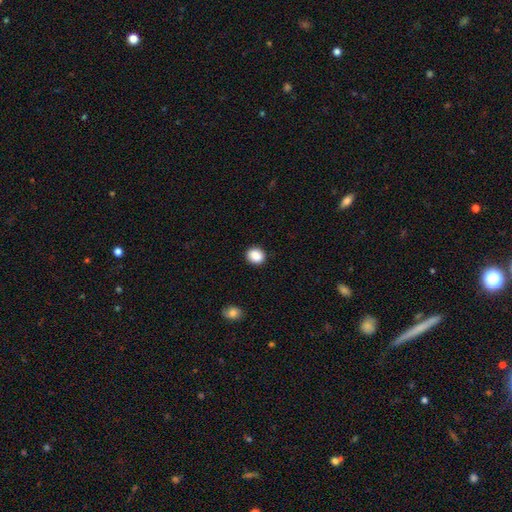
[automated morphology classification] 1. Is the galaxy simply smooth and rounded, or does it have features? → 89% smooth, 8% star or artifact, 3% featured or disk.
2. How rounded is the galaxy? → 66% round, 33% in between, 1% cigar-shaped.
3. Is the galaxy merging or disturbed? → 89% none, 8% minor disturbance, 2% major disturbance, 1% merger.